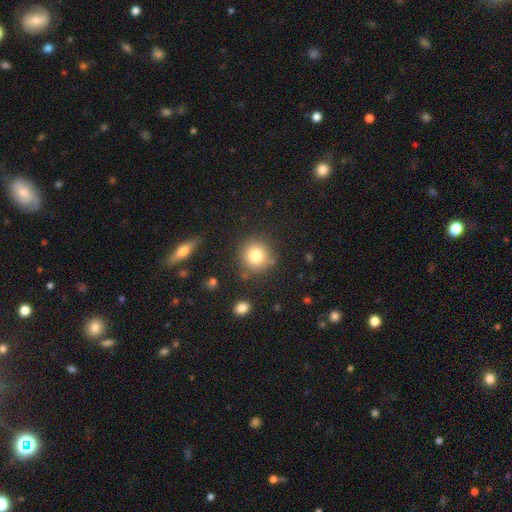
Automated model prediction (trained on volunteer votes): Q: Smooth or featured?
A: smooth (80%); runner-up: star or artifact (11%)
Q: How rounded?
A: round (92%); runner-up: in between (7%)
Q: Merging?
A: none (84%); runner-up: minor disturbance (9%)